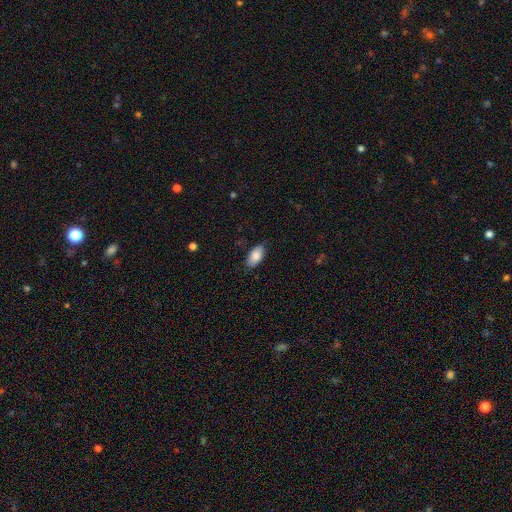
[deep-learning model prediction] A smooth galaxy with no disk features (85%) that is in between round and cigar-shaped (93%). Merging: none (83%).